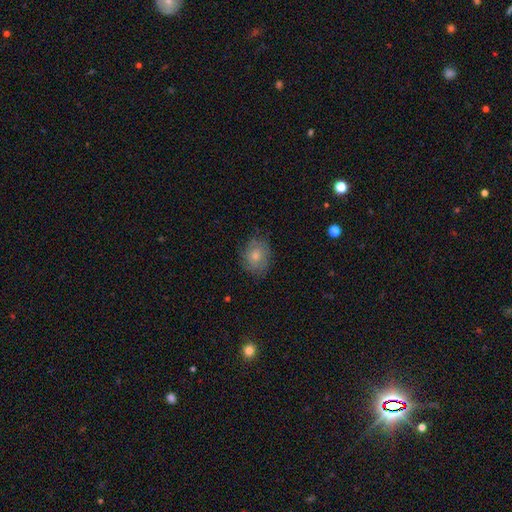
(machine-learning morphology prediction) Smooth or featured? Predicted: smooth (p=0.64). How rounded? Predicted: in between (p=0.53). Merging? Predicted: none (p=0.71).